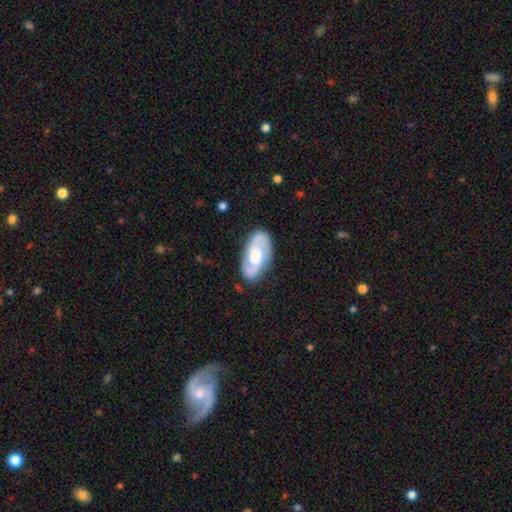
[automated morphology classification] smooth-or-featured: featured or disk: 77% | smooth: 18% | star or artifact: 5%
  disk-edge-on: no: 95% | yes: 5%
    bar: no: 49% | weak: 40% | strong: 11%
    has-spiral-arms: yes: 92% | no: 8%
      spiral-winding: medium: 49% | tight: 28% | loose: 23%
      spiral-arm-count: 2: 90% | can't tell: 5% | 1: 2% | 3: 1% | 4: 1% | more than 4: 1%
    bulge-size: moderate: 43% | large: 34% | small: 13% | none: 7% | dominant: 3%
  merging: none: 83% | minor disturbance: 12% | major disturbance: 3% | merger: 1%